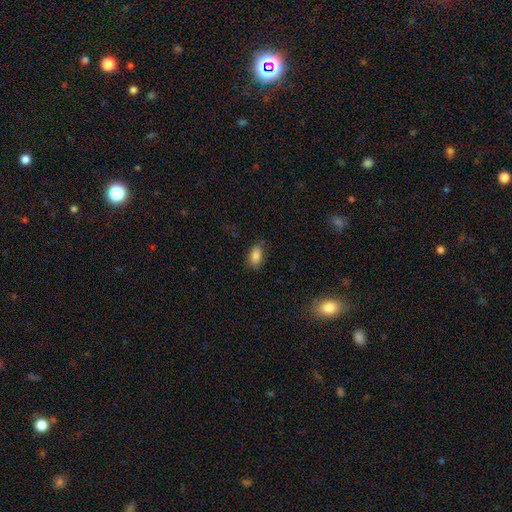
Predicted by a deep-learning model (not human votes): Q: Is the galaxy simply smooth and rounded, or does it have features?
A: smooth — 84%.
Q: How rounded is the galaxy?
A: in between — 90%.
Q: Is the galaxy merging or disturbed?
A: none — 81%.